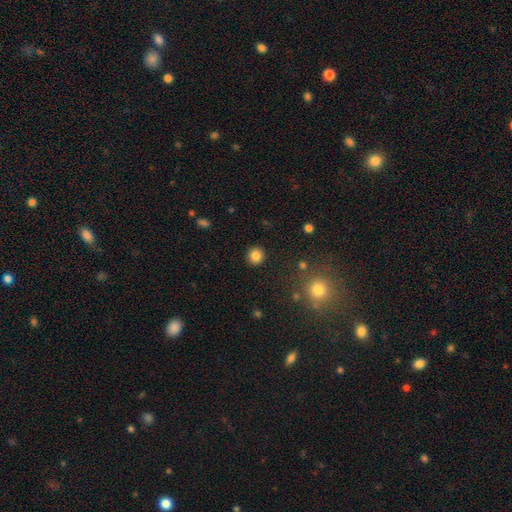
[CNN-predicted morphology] smooth-or-featured: smooth: 84% | star or artifact: 11% | featured or disk: 5%
  how-rounded: round: 92% | in between: 7% | cigar-shaped: 1%
  merging: none: 91% | minor disturbance: 5% | major disturbance: 2% | merger: 1%